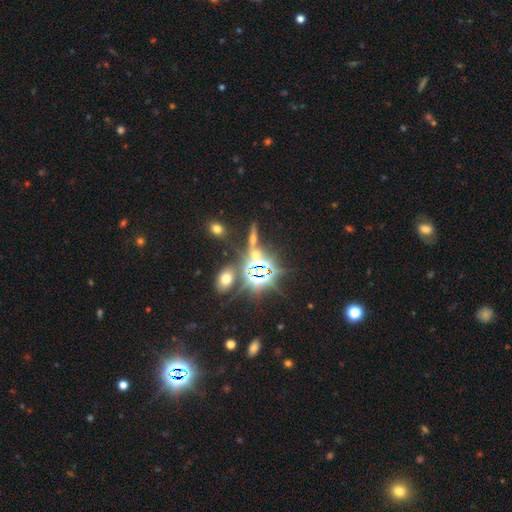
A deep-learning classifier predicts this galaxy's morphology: This appears to be a star or artifact, not a galaxy (72%).